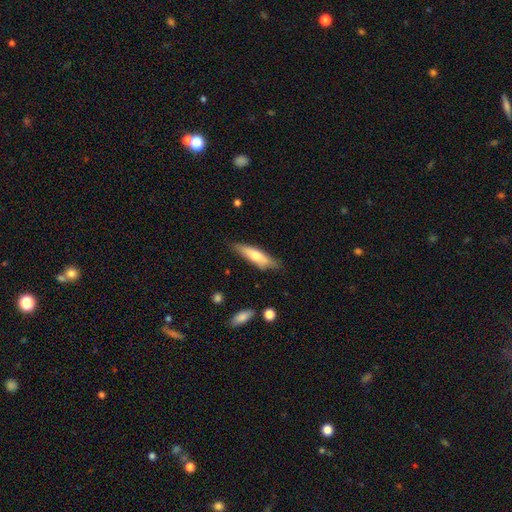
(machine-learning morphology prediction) Q: Smooth or featured?
A: smooth (57%); runner-up: featured or disk (37%)
Q: How rounded?
A: cigar-shaped (70%); runner-up: in between (29%)
Q: Merging?
A: none (77%); runner-up: minor disturbance (17%)